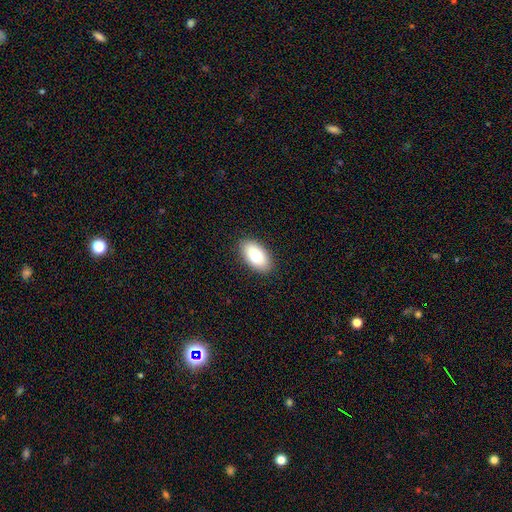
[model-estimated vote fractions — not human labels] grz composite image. It shows a smooth galaxy with no disk features (80%) that is in between round and cigar-shaped (95%). Merging: none (89%).